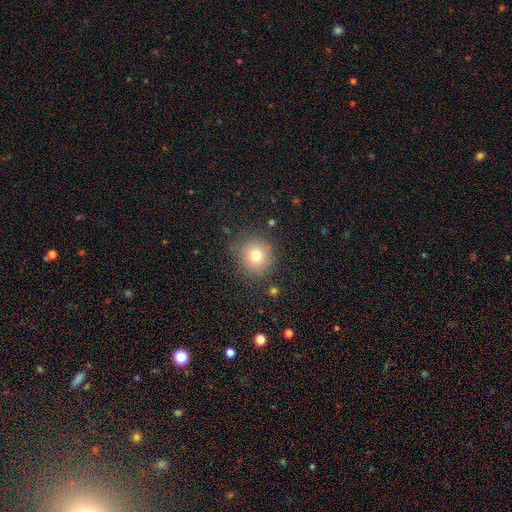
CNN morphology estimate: This is likely a smooth galaxy (75%). How rounded: clearly round (91%). Merging: clearly none (84%).